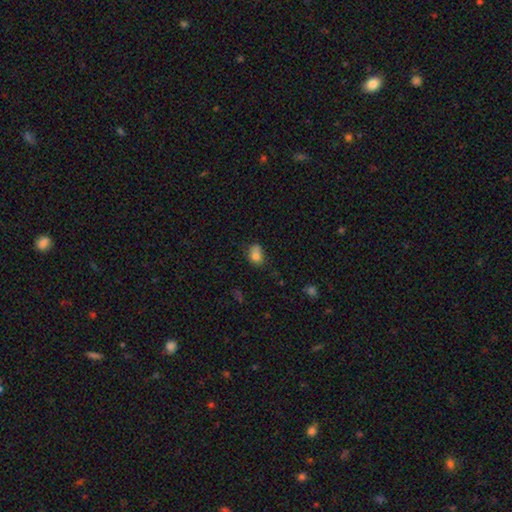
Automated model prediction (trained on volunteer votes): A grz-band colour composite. It shows a smooth galaxy with no disk features (78%) that is in between round and cigar-shaped (61%). Merging: none (45%).